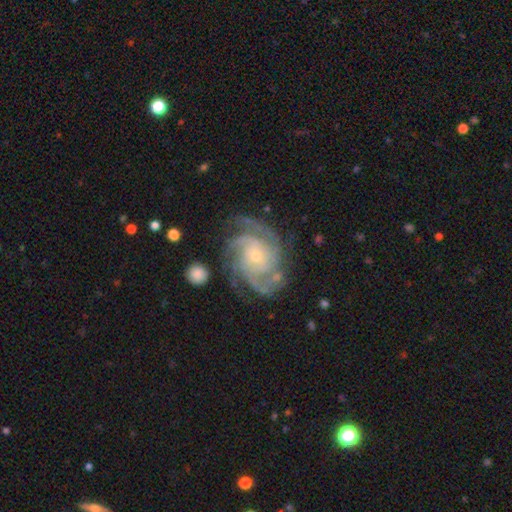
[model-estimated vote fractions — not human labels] smooth_or_featured: featured or disk (p=0.92) [alt: star or artifact p=0.05]
disk_edge_on: no (p=0.98) [alt: yes p=0.02]
bar: no (p=0.71) [alt: weak p=0.22]
has_spiral_arms: yes (p=0.98) [alt: no p=0.02]
spiral_winding: tight (p=0.63) [alt: medium p=0.32]
spiral_arm_count: 3 (p=0.33) [alt: 4 p=0.28]
bulge_size: small (p=0.68) [alt: moderate p=0.28]
merging: none (p=0.72) [alt: minor disturbance p=0.17]